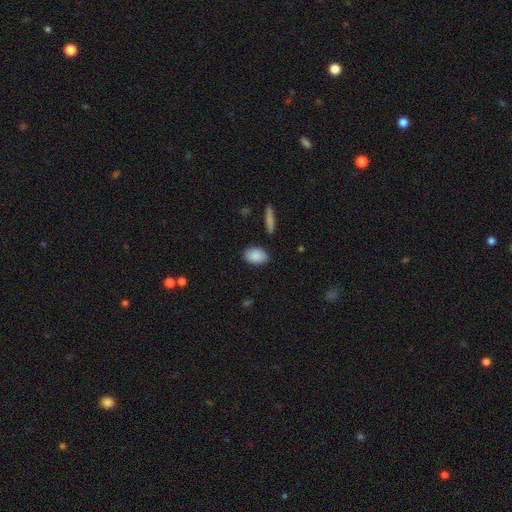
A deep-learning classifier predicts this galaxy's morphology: Smooth or featured? smooth (88%)
How rounded? in between (87%)
Merging? none (85%)